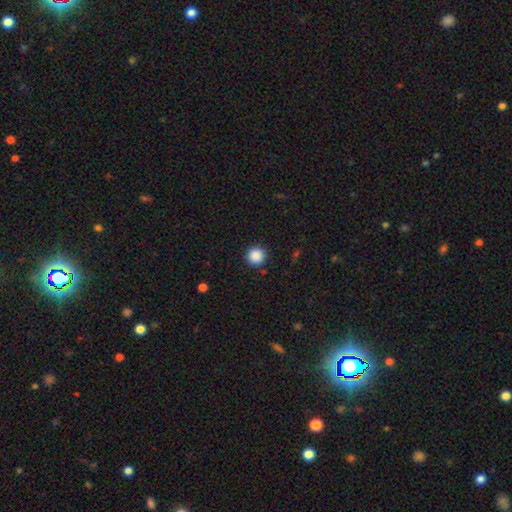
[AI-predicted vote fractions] A smooth galaxy with no disk features (88%) that is round (95%). Merging: none (91%).